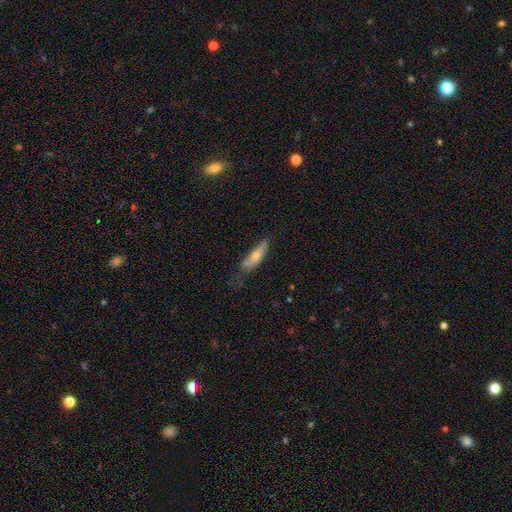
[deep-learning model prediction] Overall: smooth (51%; featured or disk 42%). How rounded: cigar-shaped (64%; in between 34%). Merging: none (55%; minor disturbance 32%).